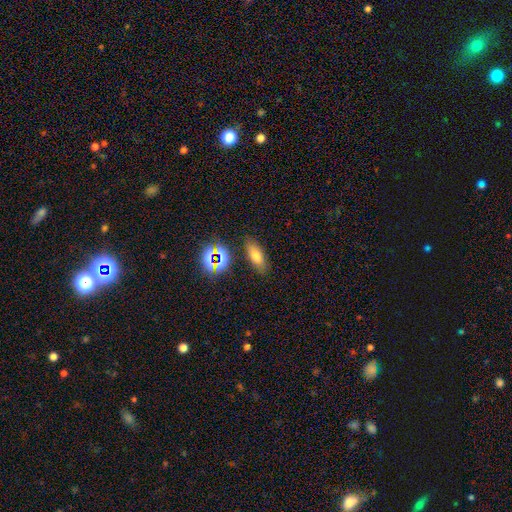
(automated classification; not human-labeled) Smooth or featured?
  - smooth: 67% *
  - star or artifact: 20%
  - featured or disk: 13%
How rounded?
  - in between: 72% *
  - cigar-shaped: 21%
  - round: 7%
Merging?
  - none: 84% *
  - minor disturbance: 10%
  - major disturbance: 3%
  - merger: 3%